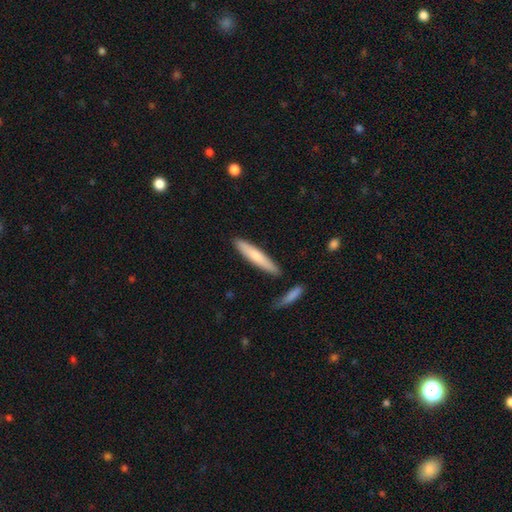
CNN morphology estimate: Smooth or featured?
  - smooth: 71% *
  - featured or disk: 24%
  - star or artifact: 5%
How rounded?
  - cigar-shaped: 91% *
  - in between: 7%
  - round: 1%
Merging?
  - none: 83% *
  - minor disturbance: 11%
  - merger: 4%
  - major disturbance: 2%